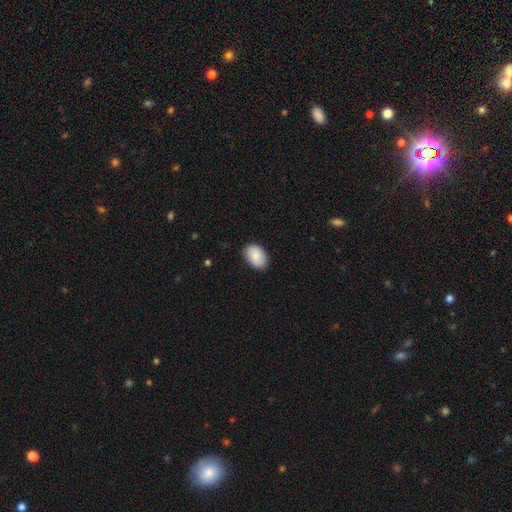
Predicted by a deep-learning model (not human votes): Q: Smooth or featured?
A: smooth (83%); runner-up: featured or disk (10%)
Q: How rounded?
A: in between (86%); runner-up: round (13%)
Q: Merging?
A: none (83%); runner-up: minor disturbance (14%)